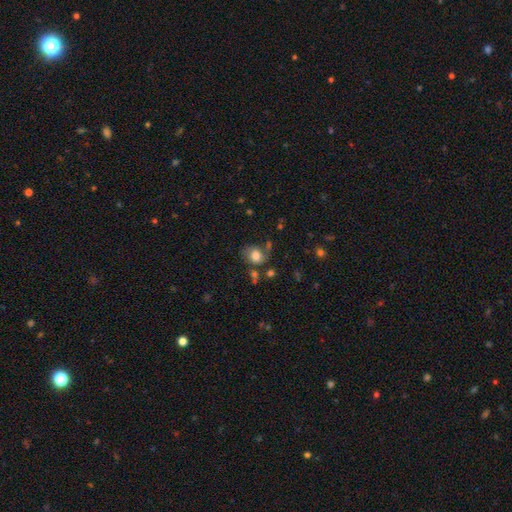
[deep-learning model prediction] smooth_or_featured: smooth (p=0.73) [alt: featured or disk p=0.17]
how_rounded: round (p=0.59) [alt: in between p=0.40]
merging: none (p=0.54) [alt: minor disturbance p=0.24]